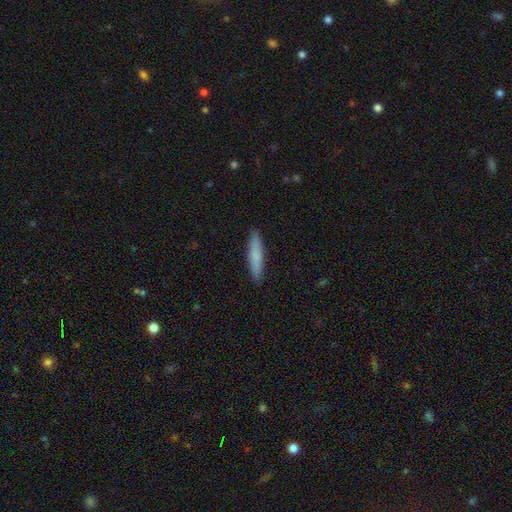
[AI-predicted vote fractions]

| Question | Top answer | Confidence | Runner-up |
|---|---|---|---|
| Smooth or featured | smooth | 79% | featured or disk (15%) |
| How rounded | cigar-shaped | 89% | in between (10%) |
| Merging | none | 91% | minor disturbance (7%) |